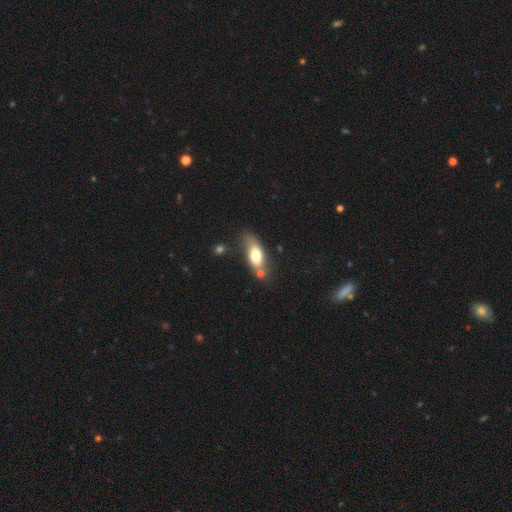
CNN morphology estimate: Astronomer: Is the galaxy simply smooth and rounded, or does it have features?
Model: smooth — 69%.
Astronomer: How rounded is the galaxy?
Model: in between — 81%.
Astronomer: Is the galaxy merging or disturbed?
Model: none — 47% (runner-up: minor disturbance, 23%).